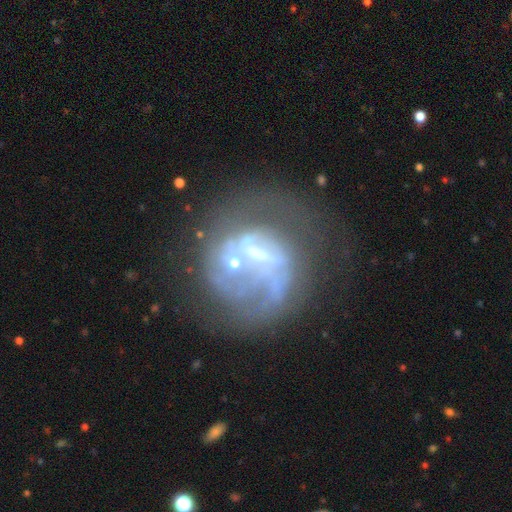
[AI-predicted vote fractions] featured or disk 74%, smooth 15%, star or artifact 11%. Down the decision tree: edge-on disk — no (97%); bar — weak (41%); spiral arms — yes (64%); bulge size — small (40%); merging — major disturbance (36%).